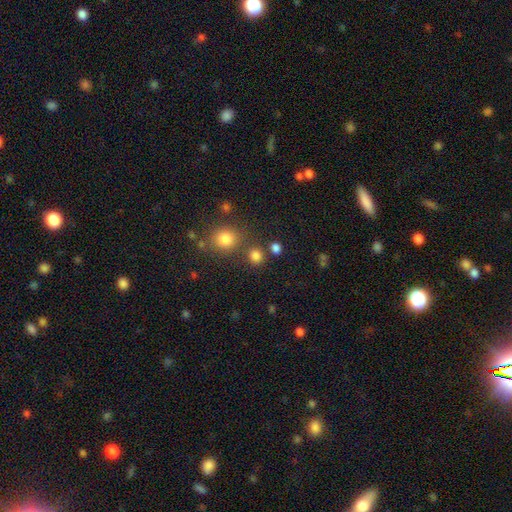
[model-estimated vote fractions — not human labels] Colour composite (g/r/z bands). It shows a smooth galaxy with no disk features (80%) that is round (83%). Merging: none (77%).